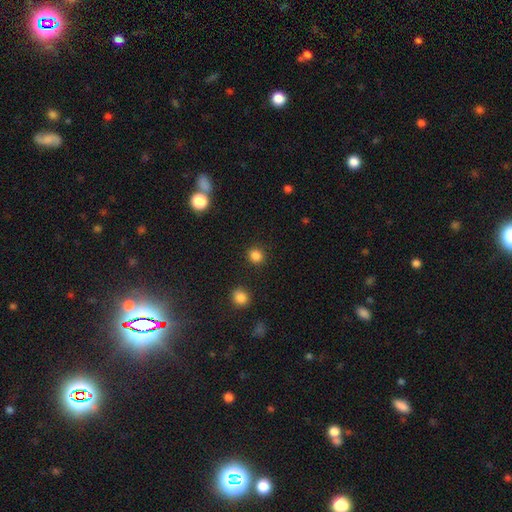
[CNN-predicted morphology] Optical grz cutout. It shows a smooth galaxy with no disk features (84%) that is round (87%). Merging: none (89%).